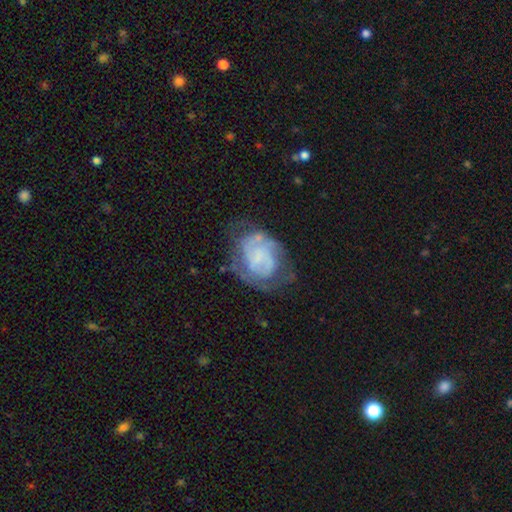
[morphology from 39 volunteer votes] Smooth or featured: featured or disk — 62% (smooth — 31%)
Edge-on disk: no — 96% (yes — 4%)
Bar: no — 57% (weak — 35%)
Spiral arms: yes — 61% (no — 39%)
Spiral winding: tight — 57% (medium — 36%)
Spiral arm count: can't tell — 64% (2 — 29%)
Bulge size: small — 26% (large — 22%)
Merging: none — 44% (minor disturbance — 31%)